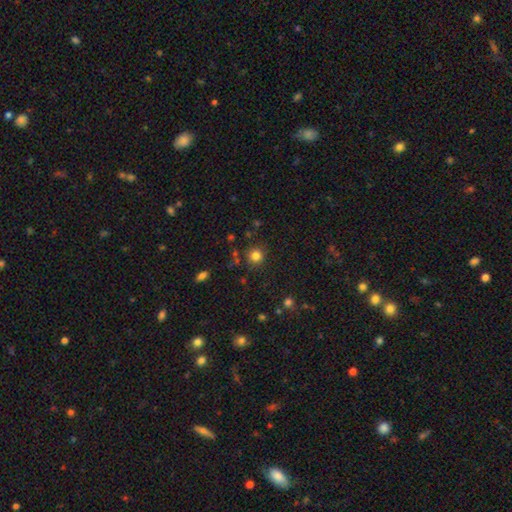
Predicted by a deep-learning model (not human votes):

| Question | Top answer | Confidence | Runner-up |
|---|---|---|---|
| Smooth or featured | smooth | 81% | star or artifact (14%) |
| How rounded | round | 92% | in between (7%) |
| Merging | none | 84% | minor disturbance (9%) |